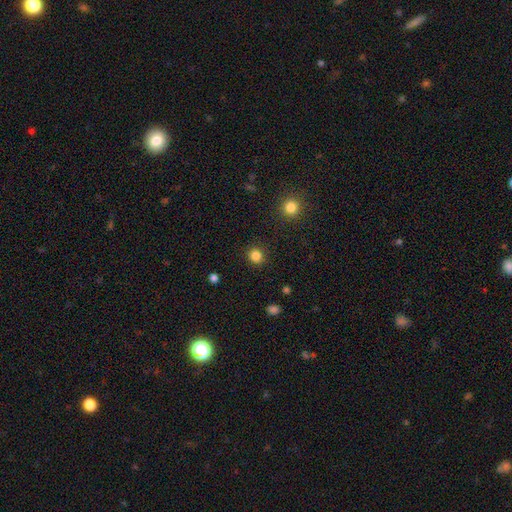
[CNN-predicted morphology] Q: Smooth or featured?
A: smooth (84%); runner-up: star or artifact (12%)
Q: How rounded?
A: round (88%); runner-up: in between (12%)
Q: Merging?
A: none (90%); runner-up: minor disturbance (6%)